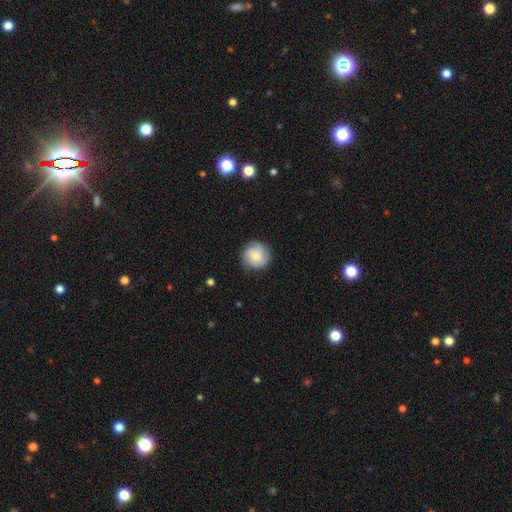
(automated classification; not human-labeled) Smooth or featured? smooth (64%)
How rounded? round (92%)
Merging? none (81%)